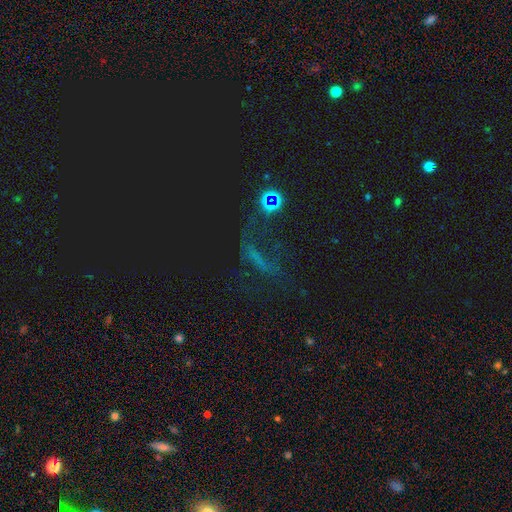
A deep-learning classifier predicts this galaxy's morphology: A star or artifact, not a galaxy (51%).